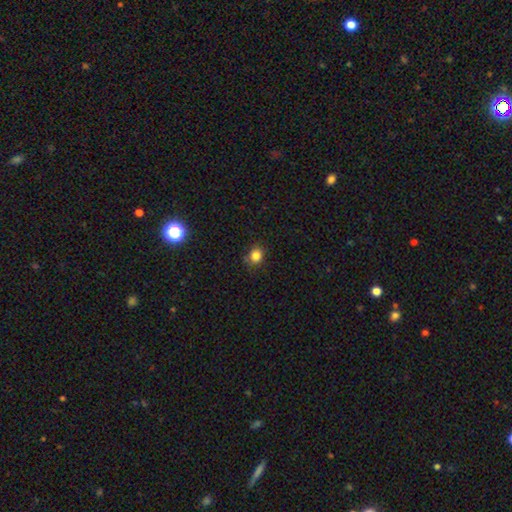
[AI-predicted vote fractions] smooth-or-featured: smooth: 82% | star or artifact: 13% | featured or disk: 5%
  how-rounded: round: 68% | in between: 31% | cigar-shaped: 1%
  merging: none: 81% | minor disturbance: 14% | major disturbance: 3% | merger: 2%